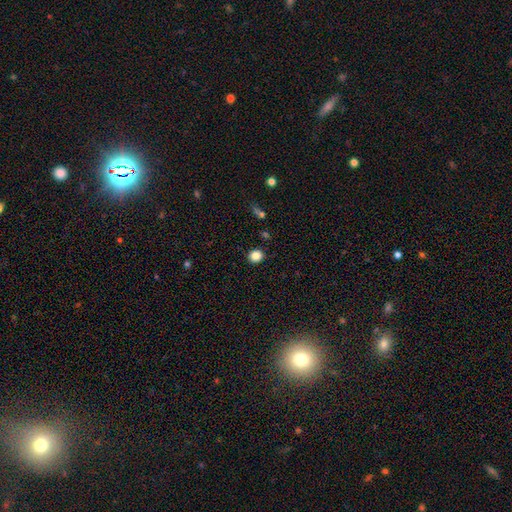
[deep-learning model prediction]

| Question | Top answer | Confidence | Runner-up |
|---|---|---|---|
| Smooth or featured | smooth | 85% | star or artifact (11%) |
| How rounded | round | 85% | in between (14%) |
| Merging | none | 90% | minor disturbance (6%) |